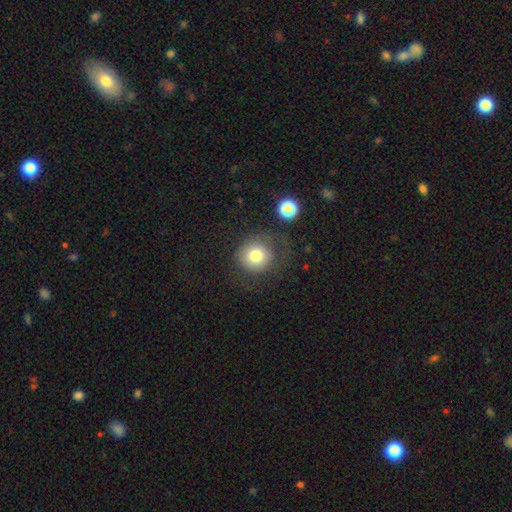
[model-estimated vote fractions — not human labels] smooth_or_featured: smooth (p=0.77) [alt: featured or disk p=0.13]
how_rounded: round (p=0.90) [alt: in between p=0.09]
merging: none (p=0.65) [alt: minor disturbance p=0.17]